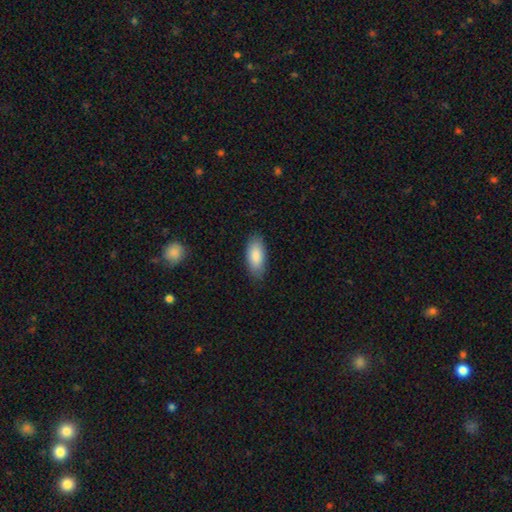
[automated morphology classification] type=smooth (87%); roundness=in between (88%); merging=none (84%).